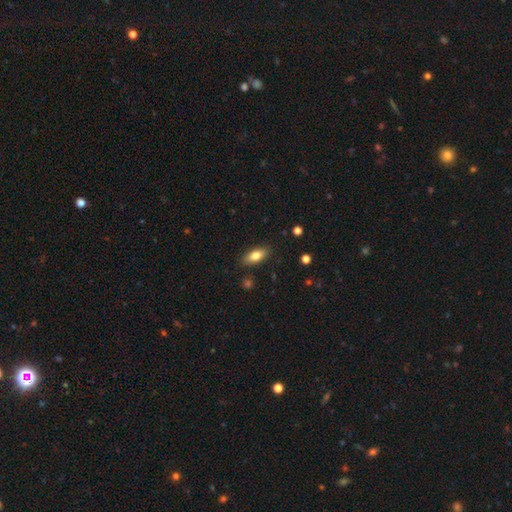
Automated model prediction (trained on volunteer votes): Q: Smooth or featured?
A: smooth (79%); runner-up: featured or disk (14%)
Q: How rounded?
A: in between (81%); runner-up: cigar-shaped (15%)
Q: Merging?
A: none (86%); runner-up: minor disturbance (10%)